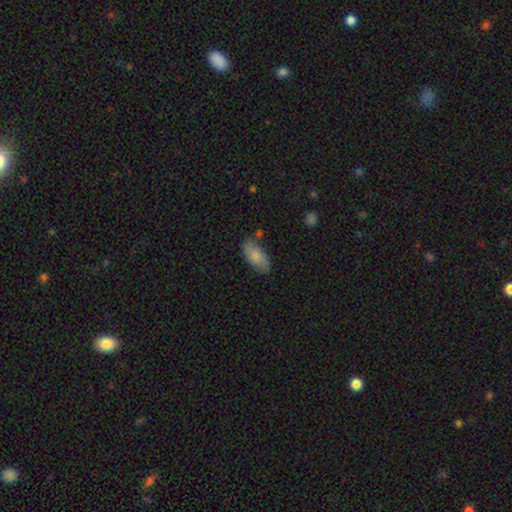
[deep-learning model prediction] A smooth galaxy with no disk features (79%) that is in between round and cigar-shaped (92%). Merging: none (67%).